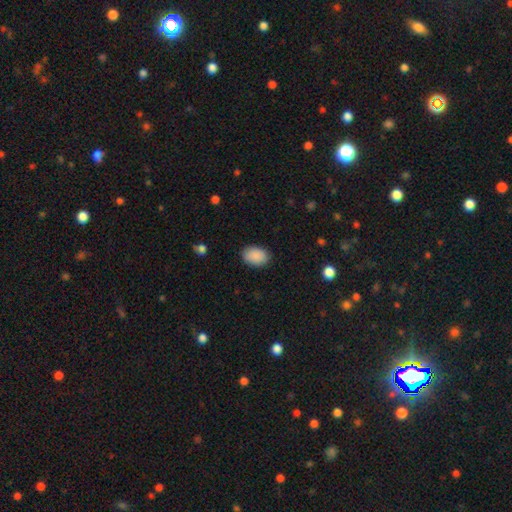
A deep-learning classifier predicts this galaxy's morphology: Q: Smooth or featured?
A: smooth (90%); runner-up: star or artifact (7%)
Q: How rounded?
A: in between (83%); runner-up: round (16%)
Q: Merging?
A: none (87%); runner-up: minor disturbance (10%)